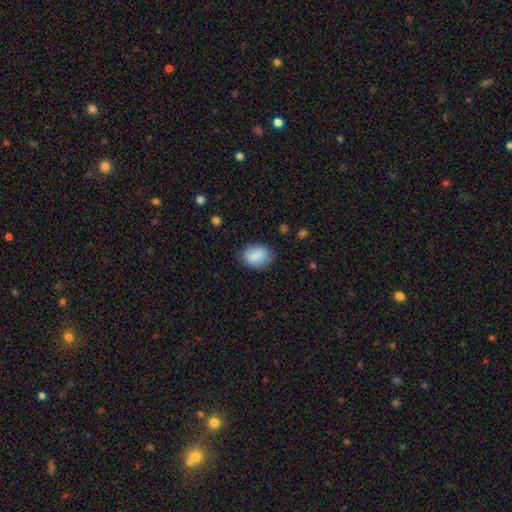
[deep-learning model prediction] Smooth or featured? smooth (84%)
How rounded? in between (73%)
Merging? none (79%)